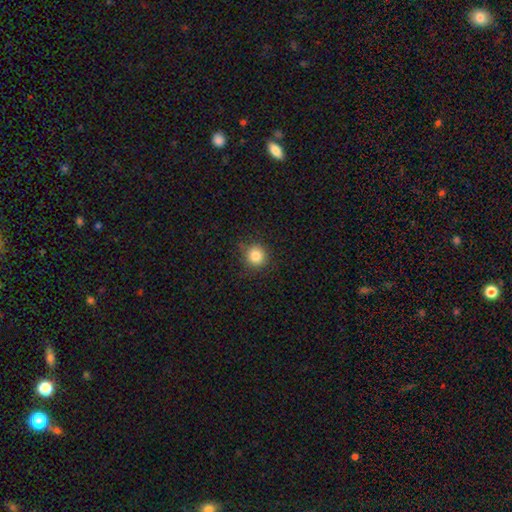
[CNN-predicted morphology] This is clearly a smooth galaxy (84%). How rounded: clearly round (92%). Merging: clearly none (85%).